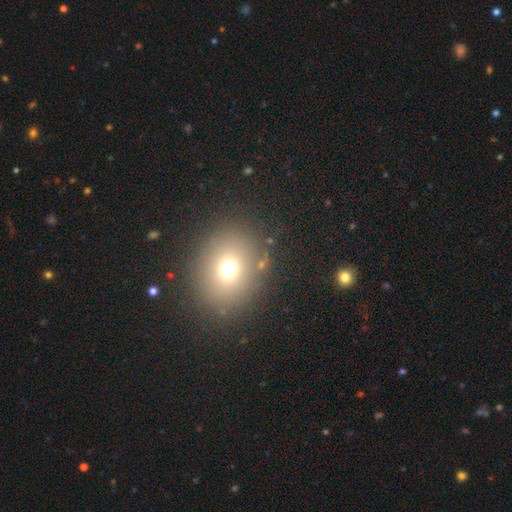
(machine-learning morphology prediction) This is likely a smooth galaxy (64%). How rounded: likely round (62%). Merging: clearly none (88%).